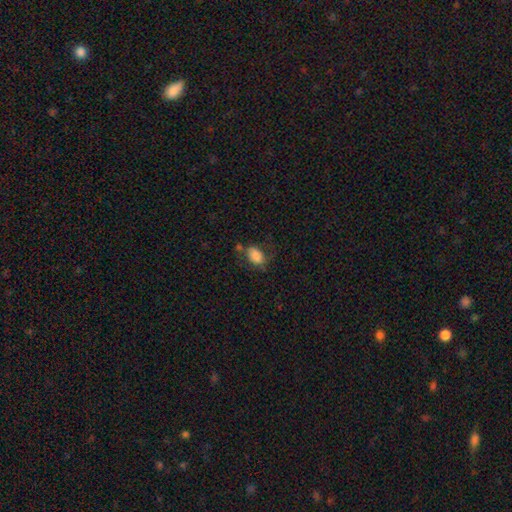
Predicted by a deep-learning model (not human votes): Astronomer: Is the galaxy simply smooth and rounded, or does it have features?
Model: smooth — 81%.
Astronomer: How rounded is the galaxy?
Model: in between — 88%.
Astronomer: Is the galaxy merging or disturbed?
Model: none — 51%.